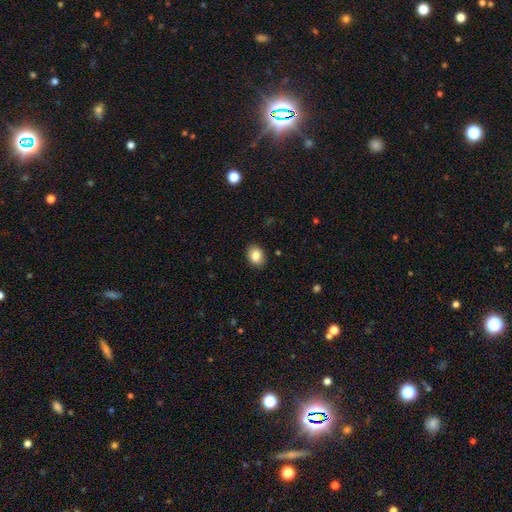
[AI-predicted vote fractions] Overall: smooth (86%). How rounded: in between (66%; round 33%). Merging: none (89%).